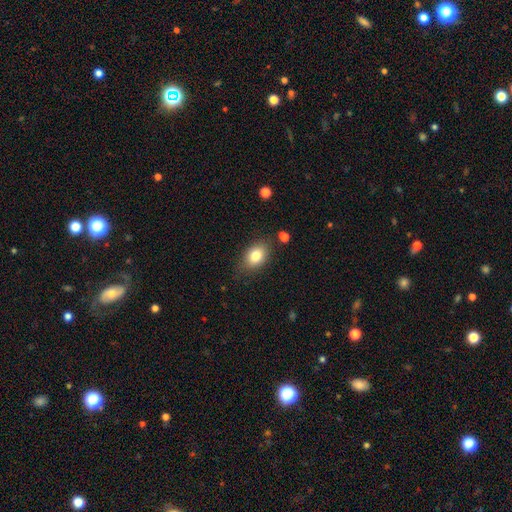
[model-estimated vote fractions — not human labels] The model was most divided on "merging": none: 78%, minor disturbance: 16%, major disturbance: 4%, merger: 3%. More confident: smooth or featured — smooth (82%); how rounded — in between (81%).